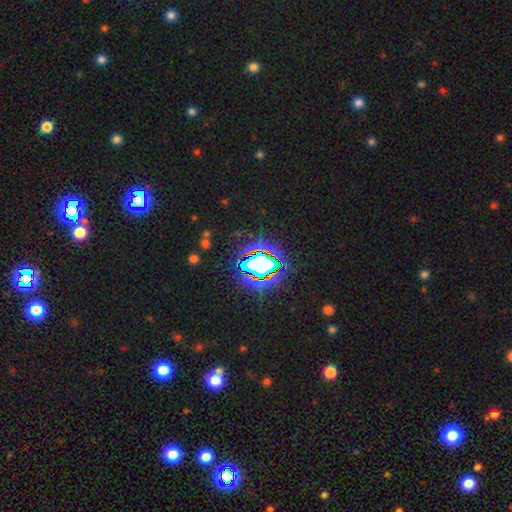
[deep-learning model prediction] Q: Smooth or featured?
A: star or artifact (76%); runner-up: smooth (15%)